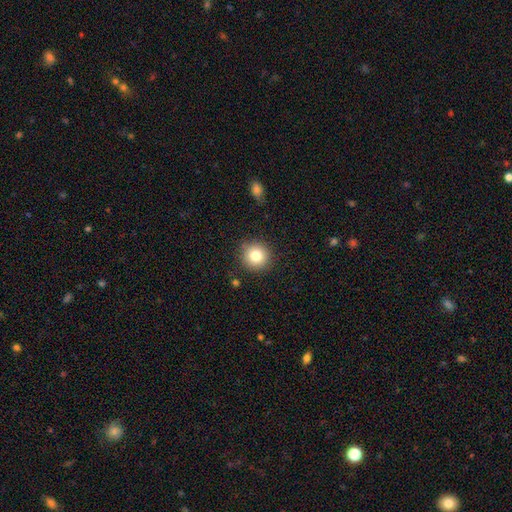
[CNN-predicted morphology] Overall: smooth (81%). How rounded: round (92%). Merging: none (88%).